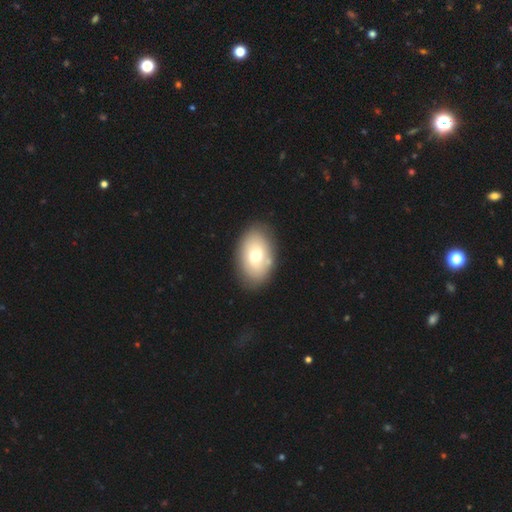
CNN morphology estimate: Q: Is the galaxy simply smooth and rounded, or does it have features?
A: smooth — 68%.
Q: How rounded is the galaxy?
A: in between — 87%.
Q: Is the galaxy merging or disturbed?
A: none — 82%.